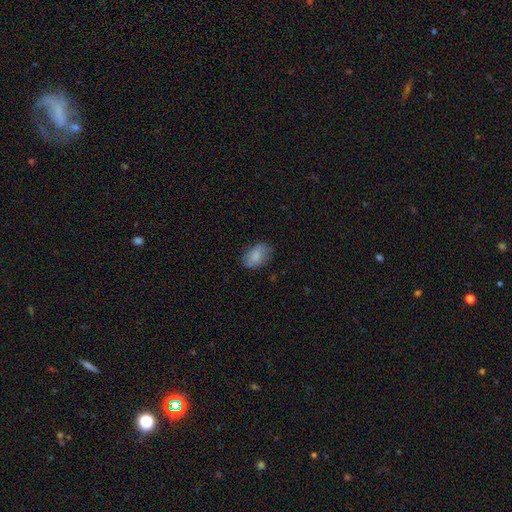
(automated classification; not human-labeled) Overall: smooth (83%). How rounded: in between (87%). Merging: none (75%).